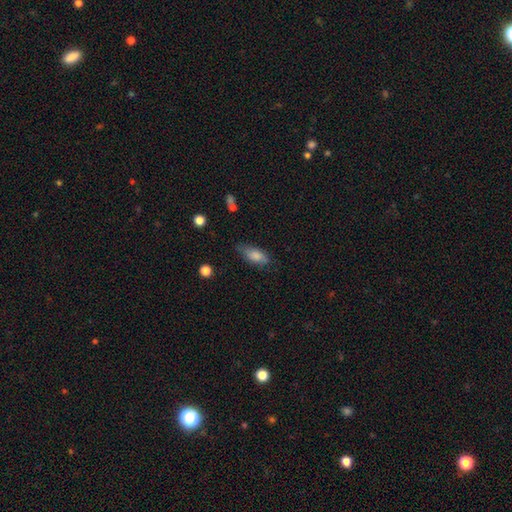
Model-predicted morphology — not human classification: Smooth or featured?
  - smooth: 79% *
  - featured or disk: 13%
  - star or artifact: 7%
How rounded?
  - in between: 79% *
  - cigar-shaped: 18%
  - round: 3%
Merging?
  - none: 64% *
  - minor disturbance: 28%
  - major disturbance: 7%
  - merger: 2%